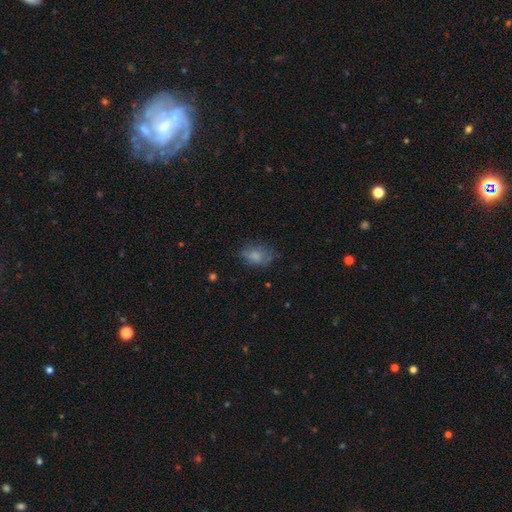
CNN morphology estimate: A smooth galaxy with no disk features (74%) that is in between round and cigar-shaped (79%).

Vote fractions:
- Smooth or featured? smooth: 74% / featured or disk: 15% / star or artifact: 10%
- How rounded? in between: 79% / round: 19% / cigar-shaped: 2%
- Merging? none: 60% / minor disturbance: 25% / major disturbance: 12% / merger: 2%